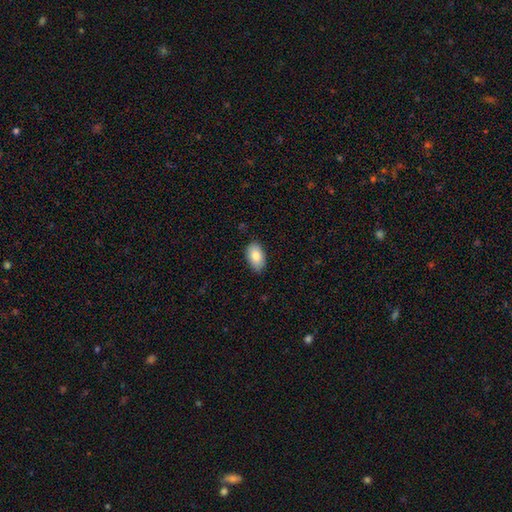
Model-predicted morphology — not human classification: Q: Smooth or featured?
A: smooth (83%); runner-up: featured or disk (10%)
Q: How rounded?
A: in between (93%); runner-up: round (5%)
Q: Merging?
A: none (84%); runner-up: minor disturbance (13%)